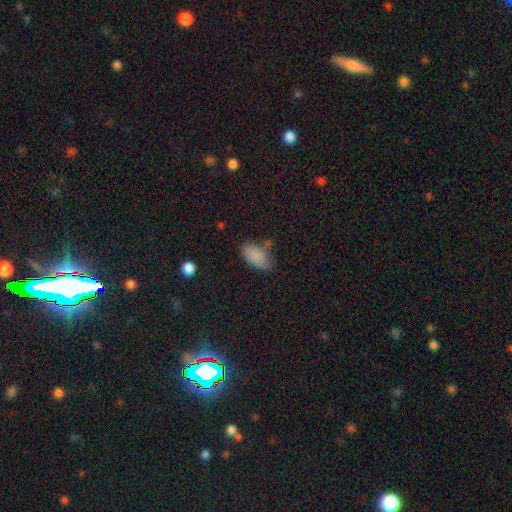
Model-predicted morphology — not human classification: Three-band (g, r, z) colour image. It shows a smooth galaxy with no disk features (85%) that is in between round and cigar-shaped (94%). Merging: none (58%).